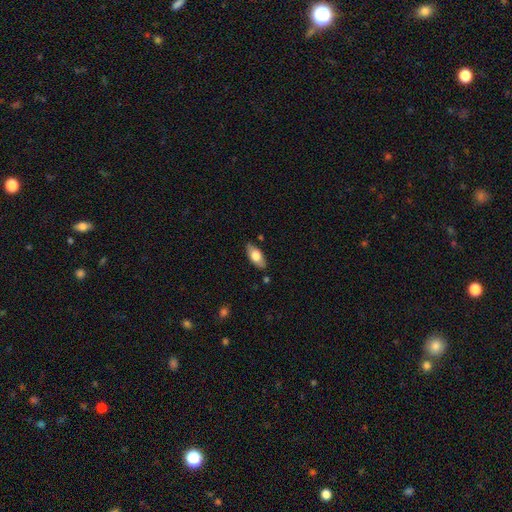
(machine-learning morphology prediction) smooth 68%, featured or disk 25%, star or artifact 6%. Down the decision tree: how rounded — in between (87%); merging — none (83%).